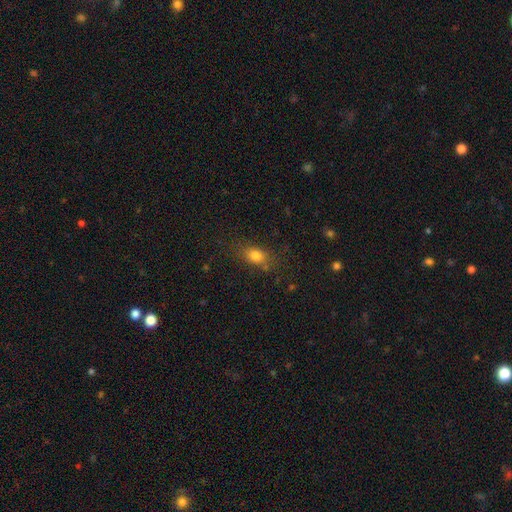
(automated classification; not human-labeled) A smooth galaxy with no disk features (78%) that is in between round and cigar-shaped (71%). Merging: none (75%).